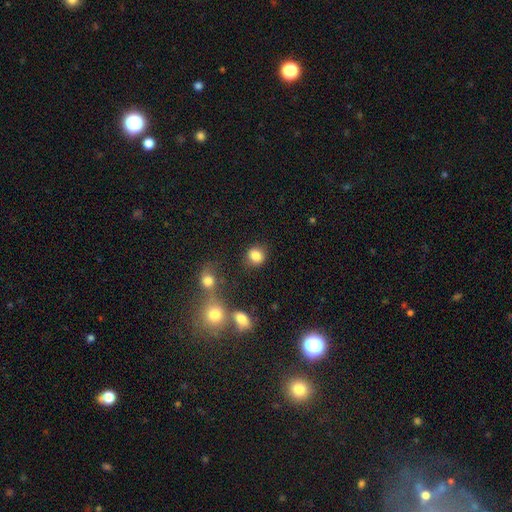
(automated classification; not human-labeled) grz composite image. It shows a smooth galaxy with no disk features (84%) that is round (77%). Merging: none (80%).